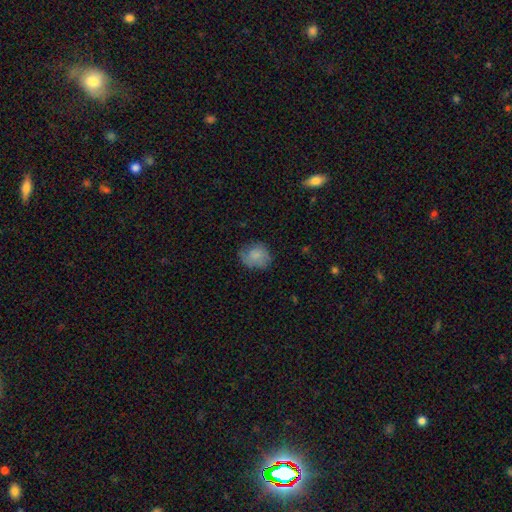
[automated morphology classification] A smooth galaxy with no disk features (76%) that is round (66%). Merging: none (61%).